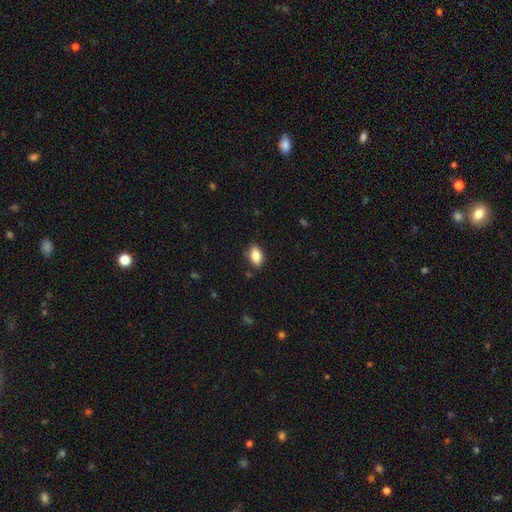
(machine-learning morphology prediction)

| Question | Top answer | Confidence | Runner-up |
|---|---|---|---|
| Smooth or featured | smooth | 81% | featured or disk (11%) |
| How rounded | in between | 86% | round (9%) |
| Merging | none | 83% | minor disturbance (13%) |